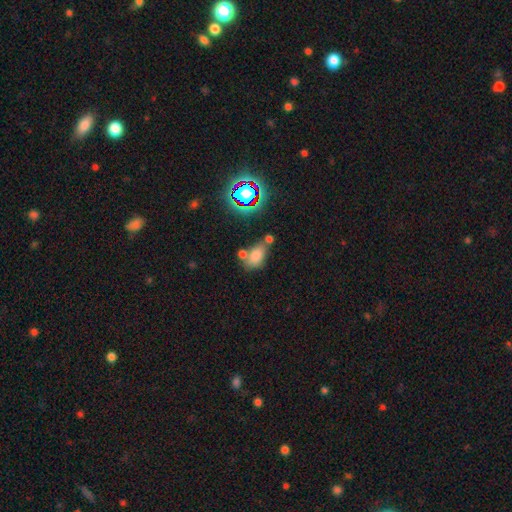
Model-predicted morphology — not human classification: This appears to be a smooth galaxy with no disk features (74%) that is in between round and cigar-shaped (84%). Merging: none (49%).